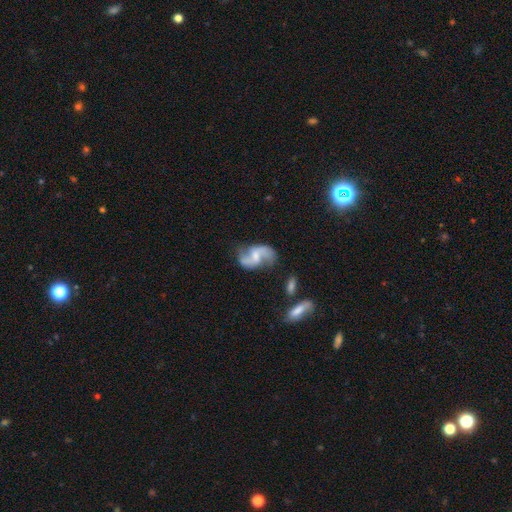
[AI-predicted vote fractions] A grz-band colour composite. It shows a featured or disk galaxy (83%) with a weak bar (50%), 2 (92%) loose (69%) spiral arms (94%) and a small central bulge (40%). Merging: none (63%).